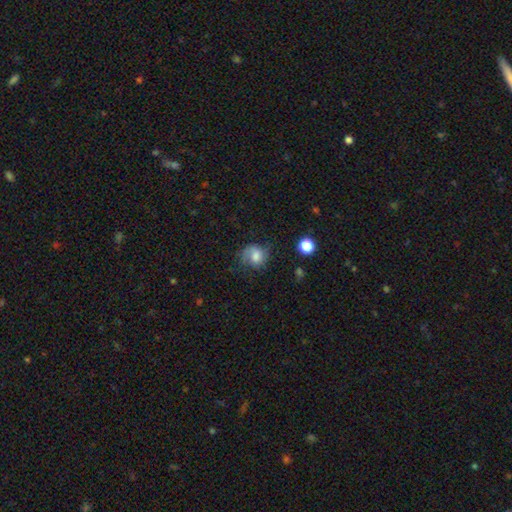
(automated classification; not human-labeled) A smooth galaxy with no disk features (57%) that is round (66%). Merging: none (55%).